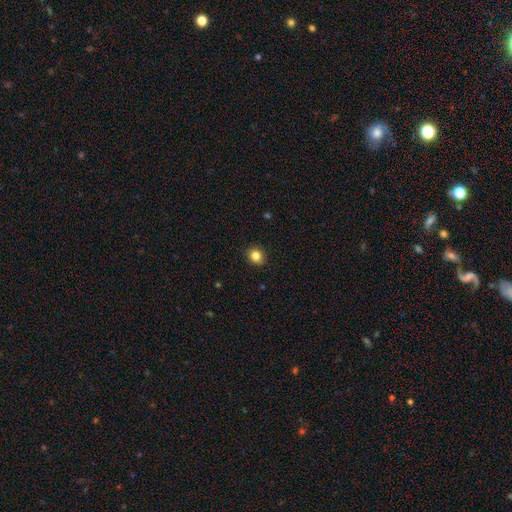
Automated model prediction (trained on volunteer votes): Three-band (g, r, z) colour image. It shows a smooth galaxy with no disk features (84%) that is round (77%). Merging: none (90%).